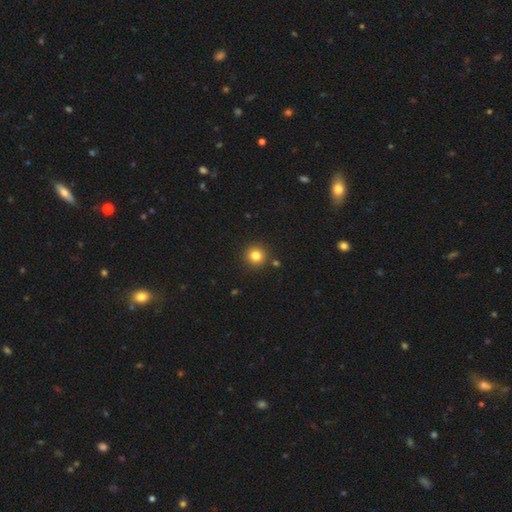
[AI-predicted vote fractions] smooth-or-featured: smooth: 82% | star or artifact: 13% | featured or disk: 6%
  how-rounded: round: 94% | in between: 5% | cigar-shaped: 1%
  merging: none: 89% | minor disturbance: 6% | merger: 3% | major disturbance: 2%